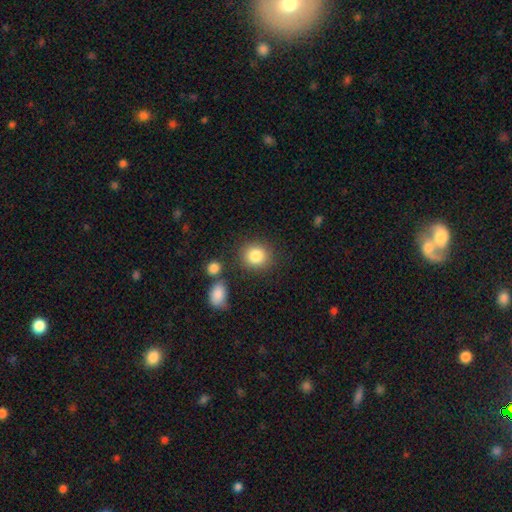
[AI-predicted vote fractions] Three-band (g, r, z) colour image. It shows a smooth galaxy with no disk features (85%) that is round (82%). Merging: none (80%).